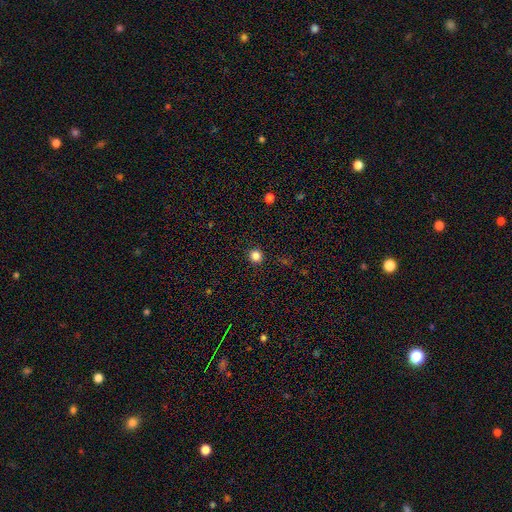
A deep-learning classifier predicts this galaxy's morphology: Smooth or featured? smooth (84%)
How rounded? round (93%)
Merging? none (92%)